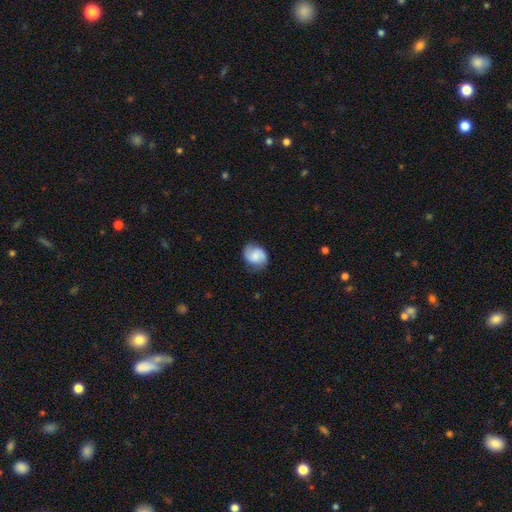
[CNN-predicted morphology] Q: Smooth or featured?
A: featured or disk (49%); runner-up: smooth (43%)
Q: Merging?
A: none (76%); runner-up: minor disturbance (18%)